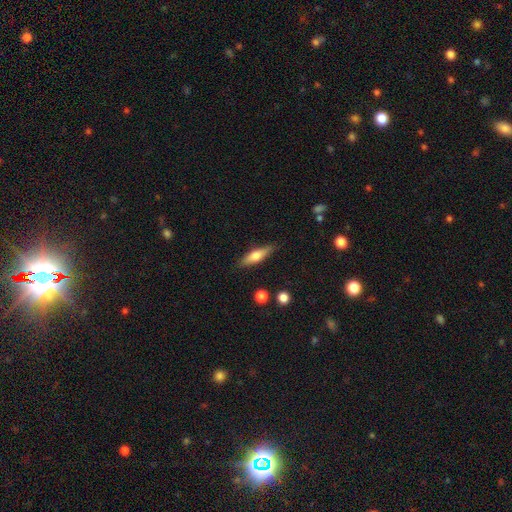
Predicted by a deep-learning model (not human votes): The model was most divided on "smooth or featured": smooth: 55%, featured or disk: 39%, star or artifact: 6%. More confident: merging — none (85%); how rounded — cigar-shaped (64%).